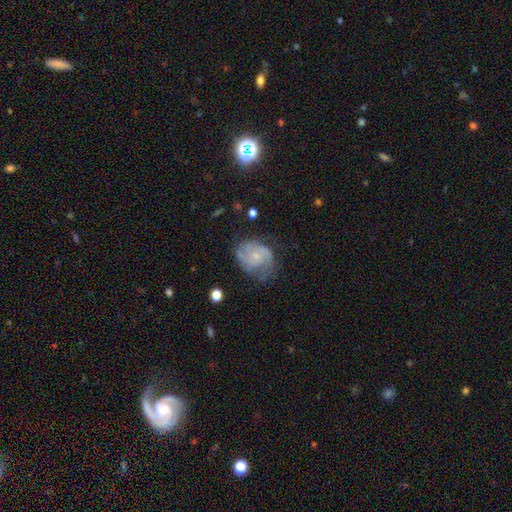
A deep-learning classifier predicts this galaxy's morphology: Smooth or featured? Predicted: featured or disk (p=0.71). Edge-on disk? Predicted: no (p=0.98). Bar? Predicted: no (p=0.76). Spiral arms? Predicted: yes (p=0.89). Spiral winding? Predicted: tight (p=0.43). Spiral arm count? Predicted: 2 (p=0.33). Bulge size? Predicted: small (p=0.72). Merging? Predicted: none (p=0.56).